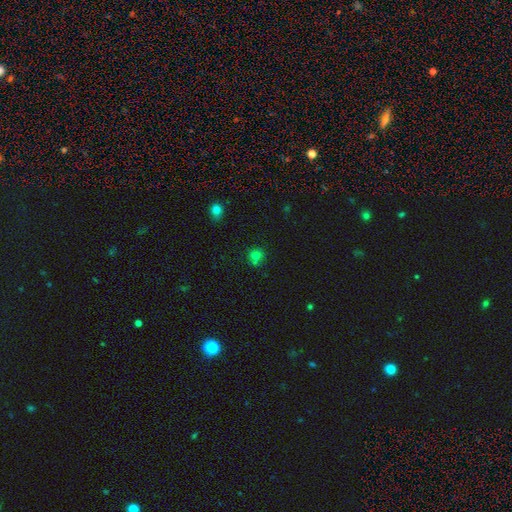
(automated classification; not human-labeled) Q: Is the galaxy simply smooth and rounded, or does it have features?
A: smooth — 72%.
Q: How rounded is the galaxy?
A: round — 85%.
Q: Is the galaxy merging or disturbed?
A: none — 65%.